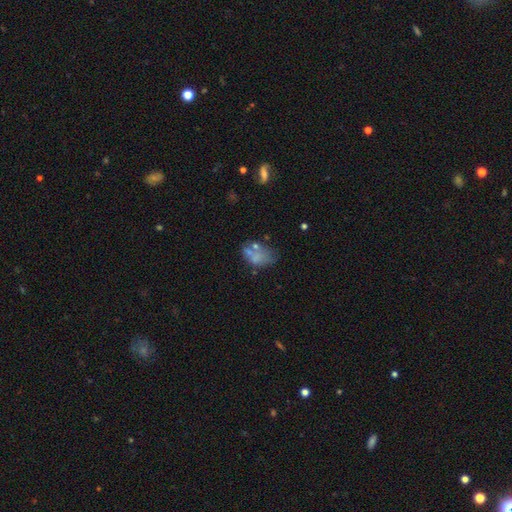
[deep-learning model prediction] smooth_or_featured: smooth (p=0.49) [alt: featured or disk p=0.37]
merging: none (p=0.37) [alt: minor disturbance p=0.23]